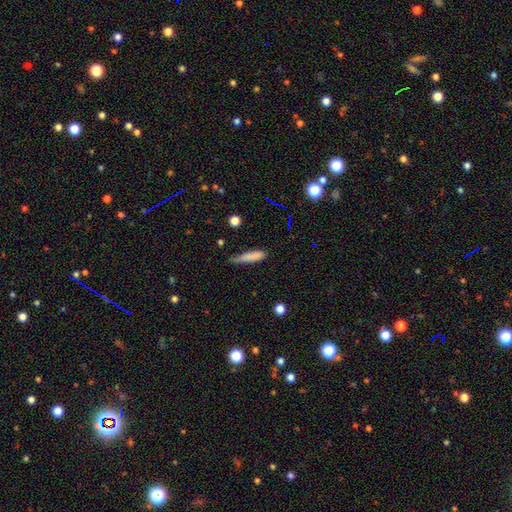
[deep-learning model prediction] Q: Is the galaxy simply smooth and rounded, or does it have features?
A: smooth — 79%.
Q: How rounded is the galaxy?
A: cigar-shaped — 83%.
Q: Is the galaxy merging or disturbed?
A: none — 55%.